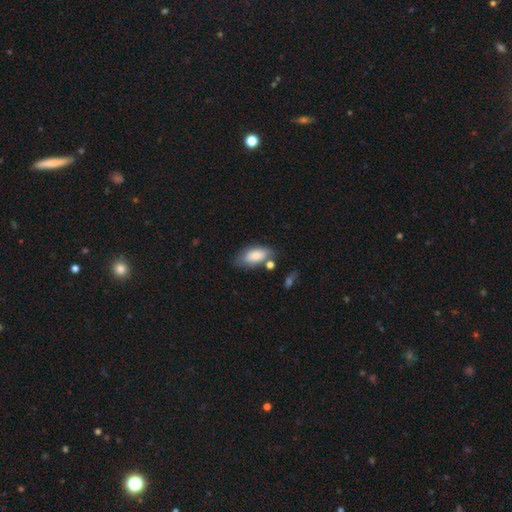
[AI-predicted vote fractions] A smooth galaxy with no disk features (81%) that is in between round and cigar-shaped (91%). Merging: none (58%).